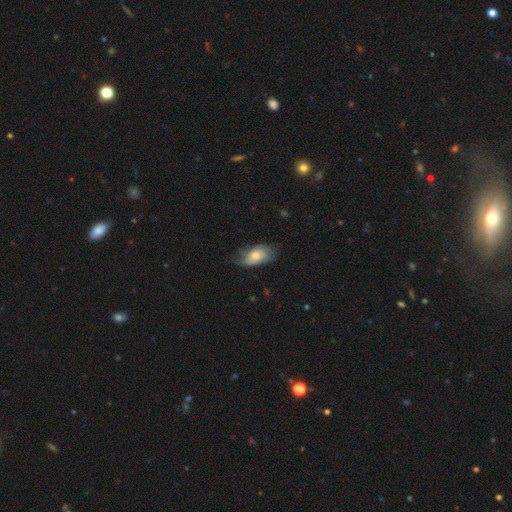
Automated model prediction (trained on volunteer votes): smooth_or_featured: smooth (p=0.62) [alt: featured or disk p=0.31]
how_rounded: in between (p=0.91) [alt: round p=0.06]
merging: none (p=0.52) [alt: minor disturbance p=0.33]